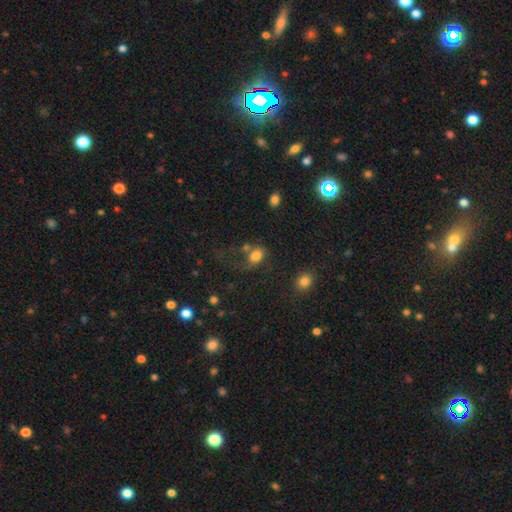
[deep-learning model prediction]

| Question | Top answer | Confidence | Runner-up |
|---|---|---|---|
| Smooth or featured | smooth | 76% | featured or disk (12%) |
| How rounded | in between | 66% | round (32%) |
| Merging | none | 35% | major disturbance (26%) |